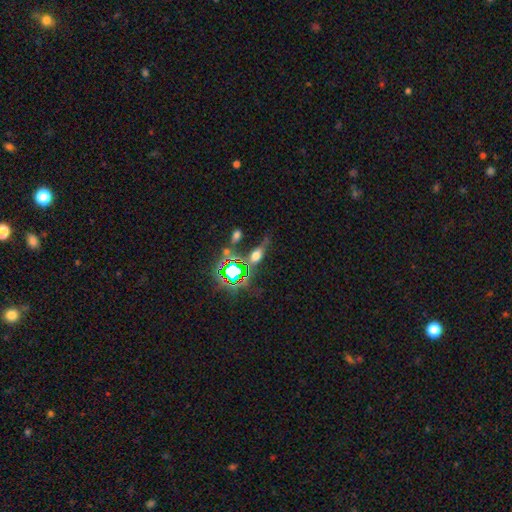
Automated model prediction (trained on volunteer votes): smooth-or-featured: smooth: 39% | star or artifact: 34% | featured or disk: 27%
  merging: none: 60% | minor disturbance: 19% | major disturbance: 12% | merger: 10%